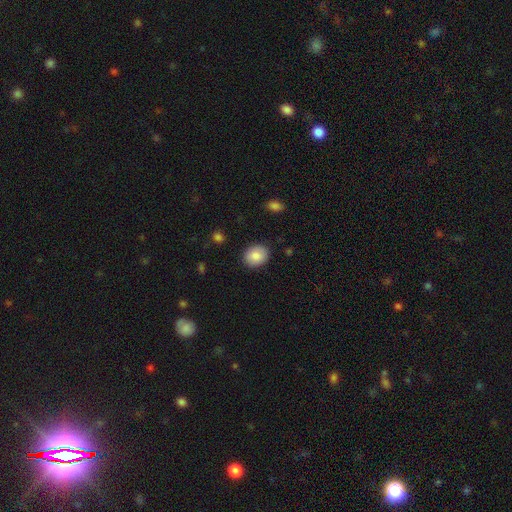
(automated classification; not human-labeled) Overall: smooth (86%). How rounded: round (53%; in between 46%). Merging: none (88%).